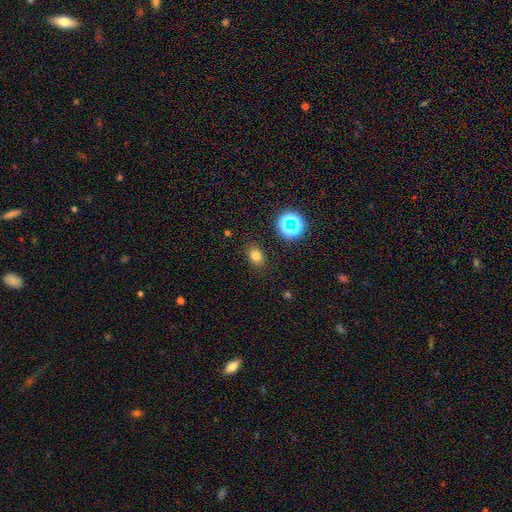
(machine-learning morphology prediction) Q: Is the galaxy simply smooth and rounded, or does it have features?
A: smooth — 76%.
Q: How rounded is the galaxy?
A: in between — 61%.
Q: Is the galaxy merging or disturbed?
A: none — 86%.